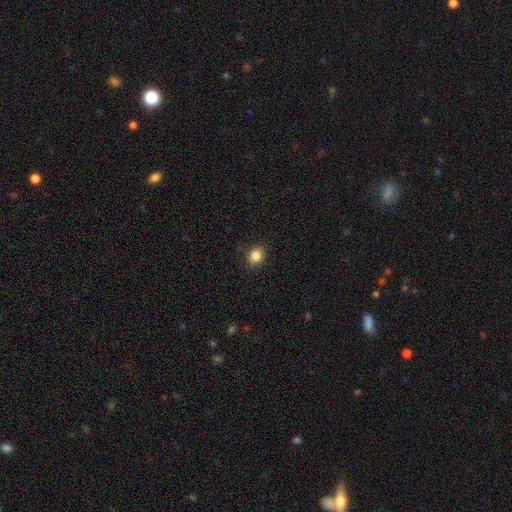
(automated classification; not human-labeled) The model was most divided on "how rounded": round: 52%, in between: 47%, cigar-shaped: 1%. More confident: merging — none (87%); smooth or featured — smooth (86%).